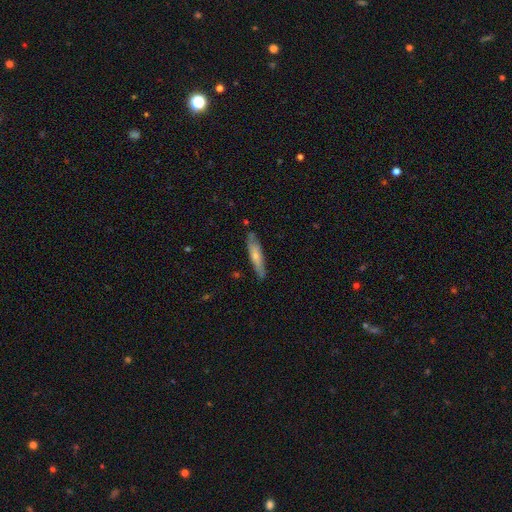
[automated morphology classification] smooth-or-featured: smooth: 58% | featured or disk: 36% | star or artifact: 5%
  how-rounded: cigar-shaped: 83% | in between: 16% | round: 2%
  merging: none: 78% | minor disturbance: 17% | major disturbance: 3% | merger: 3%